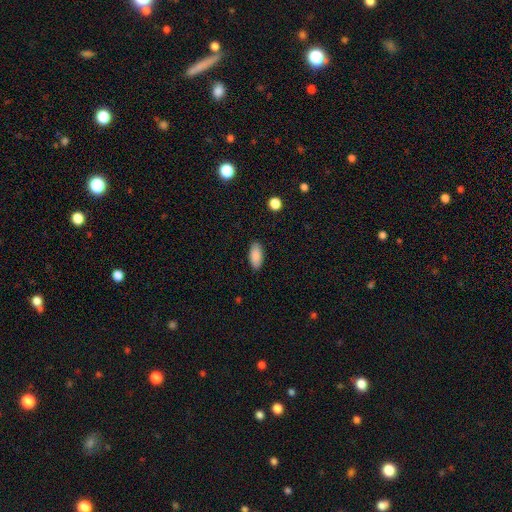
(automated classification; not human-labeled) Morphology: type=smooth (88%); roundness=in between (91%); merging=none (89%).